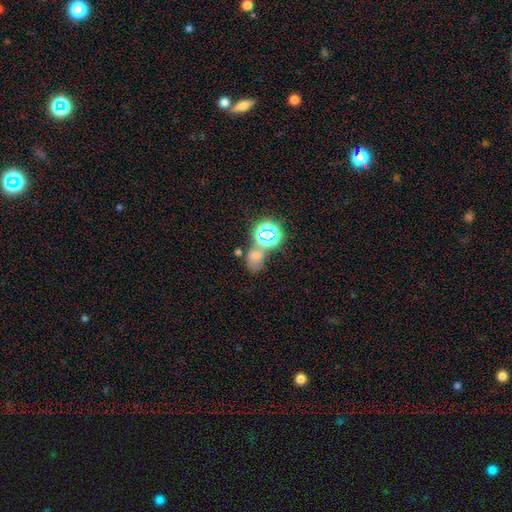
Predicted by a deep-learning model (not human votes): A smooth galaxy with no disk features (52%) that is in between round and cigar-shaped (60%). Merging: none (40%).